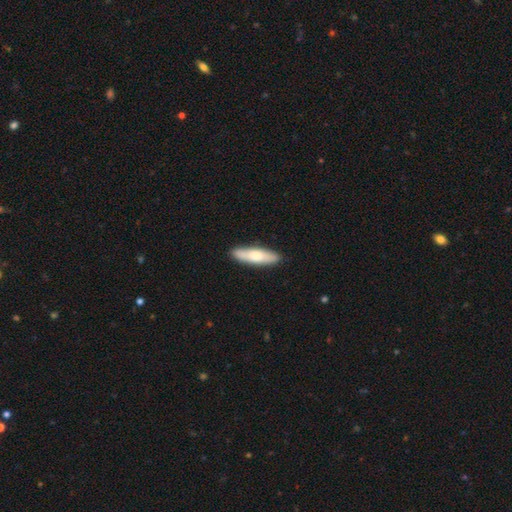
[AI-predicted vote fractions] smooth_or_featured: smooth (p=0.69) [alt: featured or disk p=0.26]
how_rounded: cigar-shaped (p=0.68) [alt: in between p=0.30]
merging: none (p=0.88) [alt: minor disturbance p=0.09]